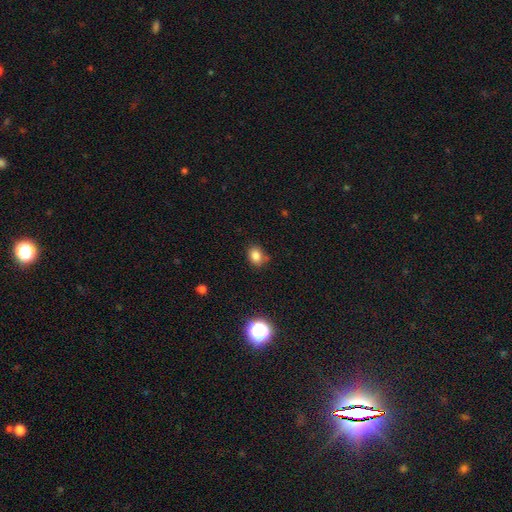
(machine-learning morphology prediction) A smooth galaxy with no disk features (81%) that is in between round and cigar-shaped (51%).

Vote fractions:
- Smooth or featured? smooth: 81% / star or artifact: 13% / featured or disk: 6%
- How rounded? in between: 51% / round: 48% / cigar-shaped: 1%
- Merging? none: 75% / minor disturbance: 18% / major disturbance: 3% / merger: 3%